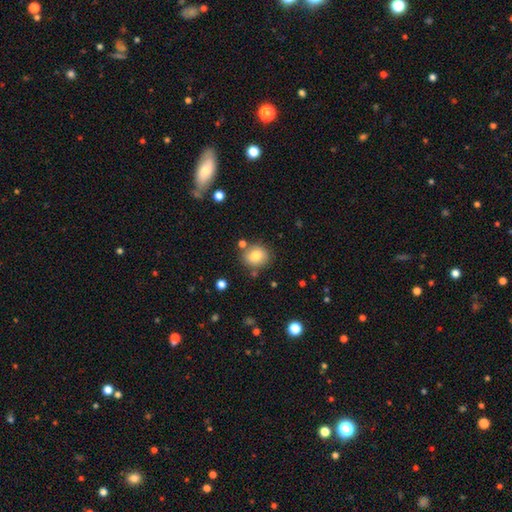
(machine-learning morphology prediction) A smooth galaxy with no disk features (79%) that is round (73%). Merging: none (78%).